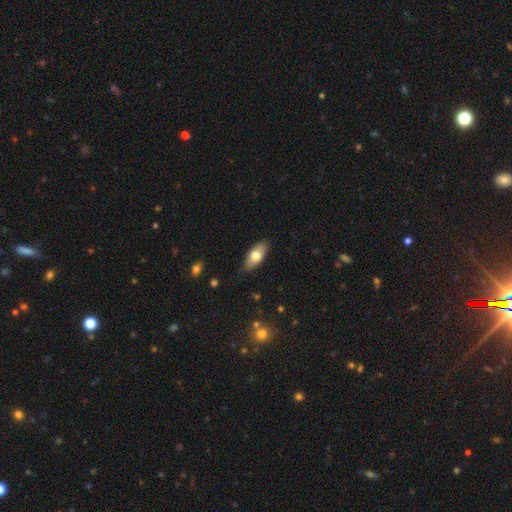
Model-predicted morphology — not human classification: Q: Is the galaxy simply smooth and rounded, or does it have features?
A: smooth — 71%.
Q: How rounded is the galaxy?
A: in between — 85%.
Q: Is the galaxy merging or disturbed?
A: none — 84%.